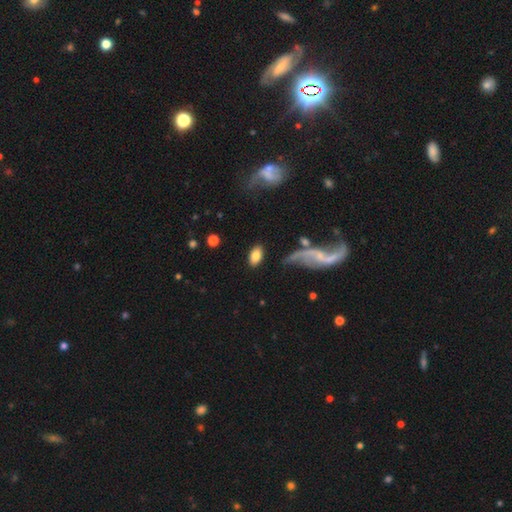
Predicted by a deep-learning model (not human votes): Morphology: type=smooth (77%); roundness=in between (93%); merging=none (81%).